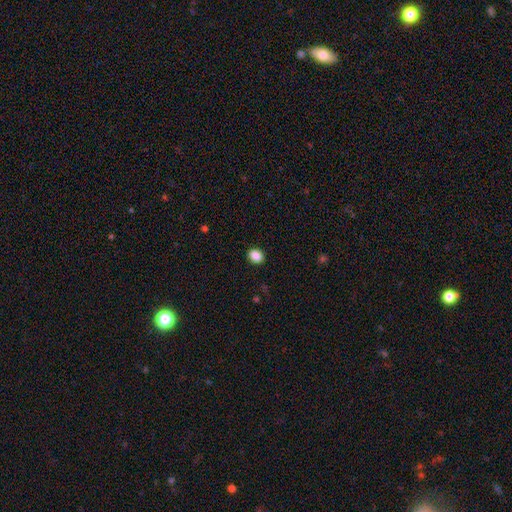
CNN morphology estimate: Smooth or featured? Predicted: smooth (p=0.88). How rounded? Predicted: in between (p=0.53). Merging? Predicted: none (p=0.90).